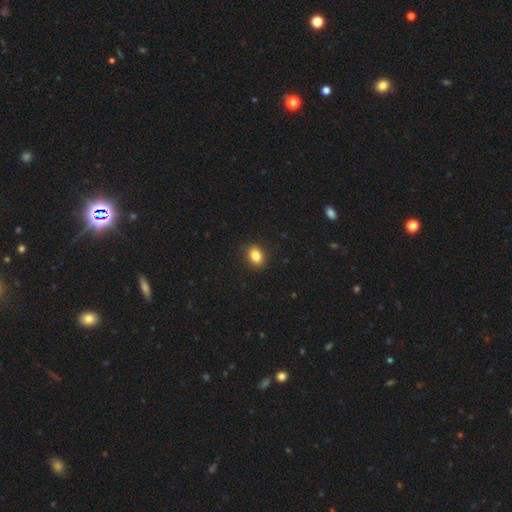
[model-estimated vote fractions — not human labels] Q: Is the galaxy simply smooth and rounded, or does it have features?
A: smooth — 84%.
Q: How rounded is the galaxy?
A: in between — 68%.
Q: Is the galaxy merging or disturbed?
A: none — 90%.